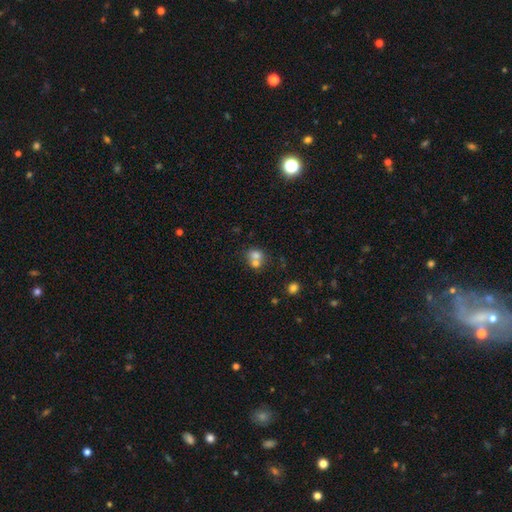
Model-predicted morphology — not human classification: Smooth or featured: smooth — 70% (featured or disk — 18%)
How rounded: round — 68% (in between — 31%)
Merging: merger — 60% (none — 30%)